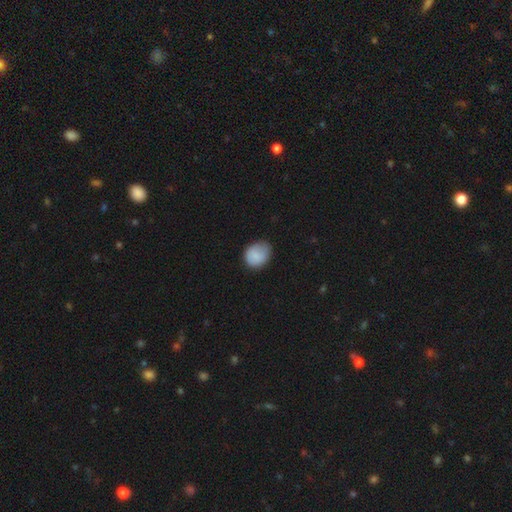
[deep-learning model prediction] Smooth or featured? Predicted: smooth (p=0.82). How rounded? Predicted: round (p=0.60). Merging? Predicted: none (p=0.62).